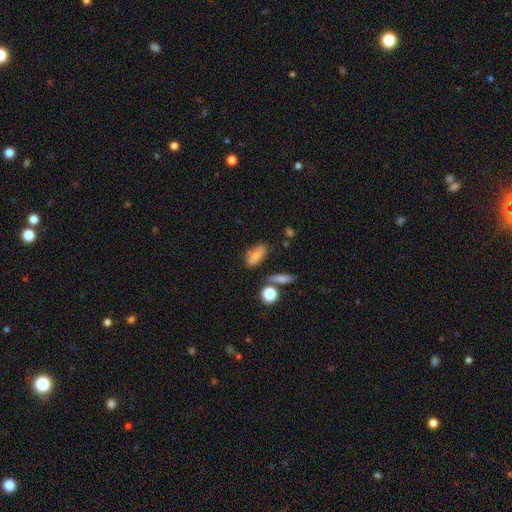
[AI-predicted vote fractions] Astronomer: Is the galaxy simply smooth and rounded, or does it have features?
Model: smooth — 76%.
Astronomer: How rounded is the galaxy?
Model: in between — 82%.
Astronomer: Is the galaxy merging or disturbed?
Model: none — 65%.